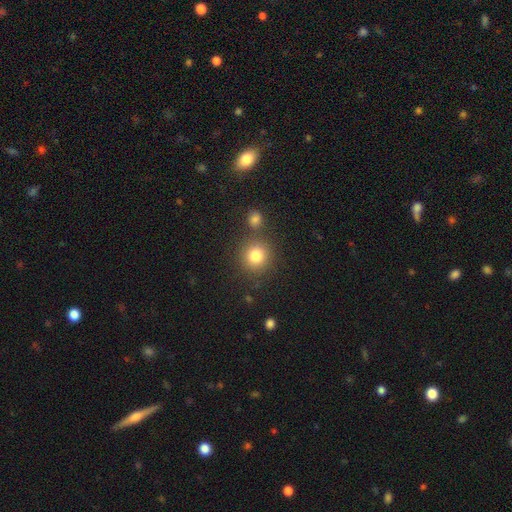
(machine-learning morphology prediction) A smooth galaxy with no disk features (81%) that is round (91%). Merging: none (79%).